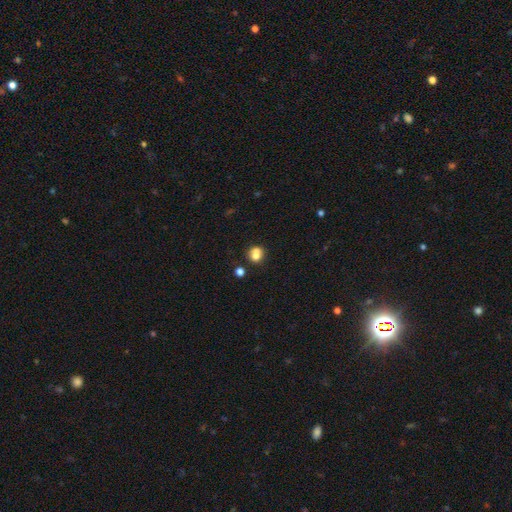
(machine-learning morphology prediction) smooth_or_featured: smooth (p=0.72) [alt: featured or disk p=0.16]
how_rounded: round (p=0.78) [alt: in between p=0.21]
merging: merger (p=0.45) [alt: none p=0.40]